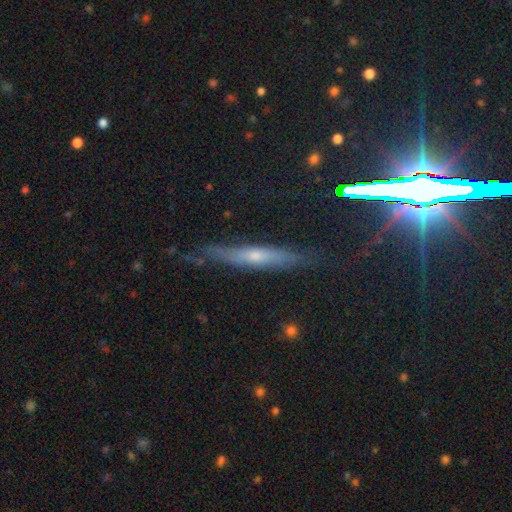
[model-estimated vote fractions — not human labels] Smooth or featured: featured or disk — 54% (smooth — 32%)
Edge-on disk: yes — 86% (no — 14%)
Merging: none — 76% (minor disturbance — 18%)